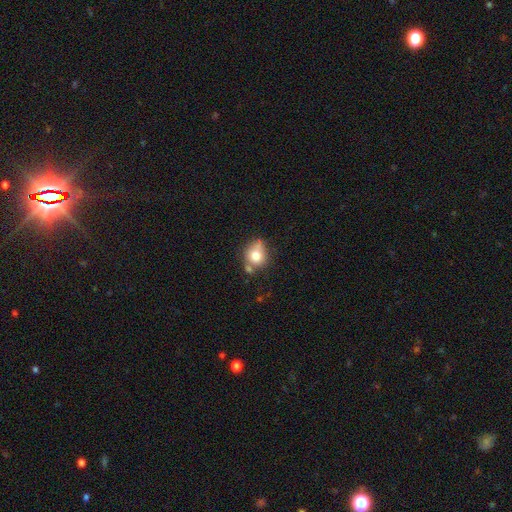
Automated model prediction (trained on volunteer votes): smooth_or_featured: smooth (p=0.74) [alt: featured or disk p=0.16]
how_rounded: round (p=0.68) [alt: in between p=0.31]
merging: none (p=0.48) [alt: minor disturbance p=0.23]